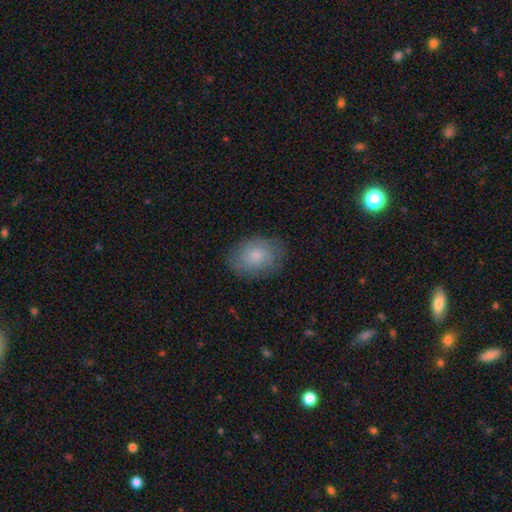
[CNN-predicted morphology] type=smooth (66%); roundness=in between (72%); merging=none (79%).